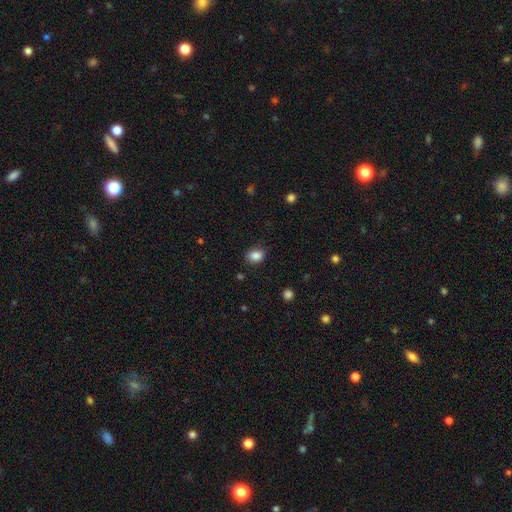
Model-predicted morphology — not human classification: A smooth galaxy with no disk features (86%) that is in between round and cigar-shaped (57%). Merging: none (82%).